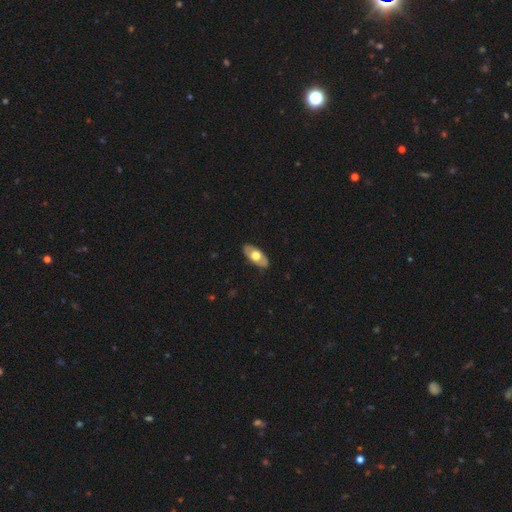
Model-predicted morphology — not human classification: This appears to be a smooth galaxy with no disk features (53%) that is in between round and cigar-shaped (90%). Merging: none (86%).